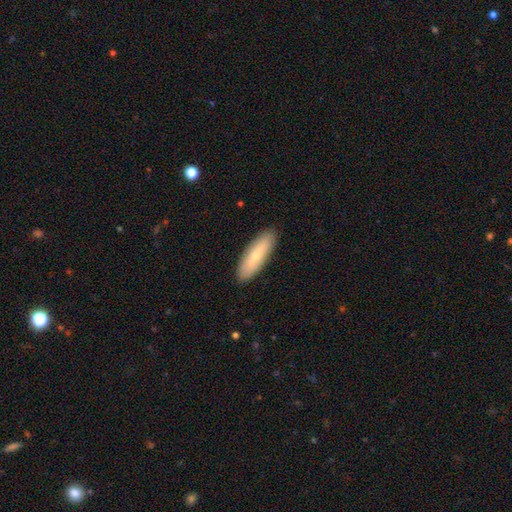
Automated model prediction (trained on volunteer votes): Morphology: type=smooth (68%); roundness=cigar-shaped (51%); merging=none (89%).